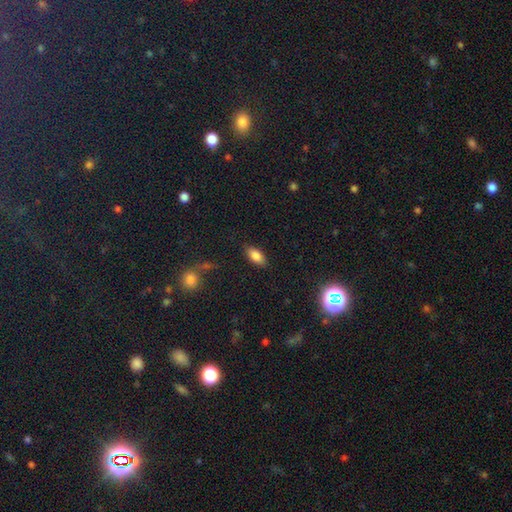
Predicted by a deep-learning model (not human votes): Q: Smooth or featured?
A: smooth (83%); runner-up: star or artifact (9%)
Q: How rounded?
A: in between (89%); runner-up: cigar-shaped (8%)
Q: Merging?
A: none (85%); runner-up: minor disturbance (11%)